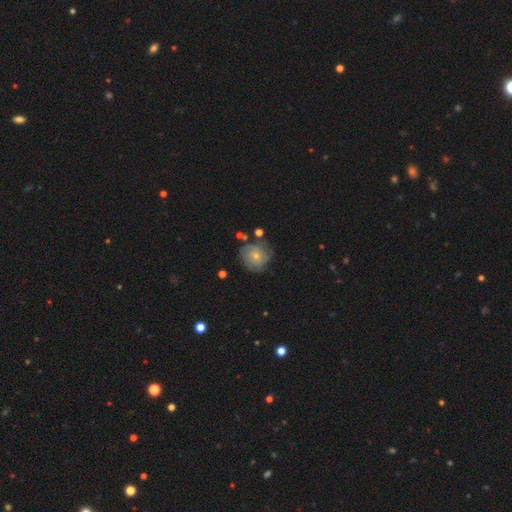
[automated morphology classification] Overall: smooth (49%; featured or disk 42%). Merging: none (65%).